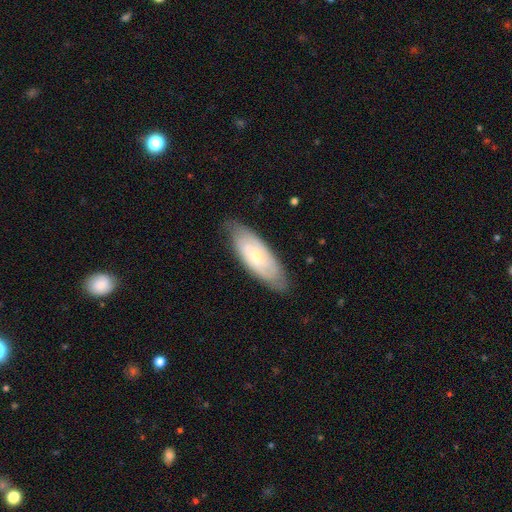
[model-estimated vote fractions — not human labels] A featured or disk galaxy (63%) with no bar (62%), spiral arms (81%) and a small central bulge (53%).

Vote fractions:
- Smooth or featured? featured or disk: 63% / smooth: 30% / star or artifact: 6%
- Edge-on disk? no: 84% / yes: 16%
- Bar? no: 62% / weak: 31% / strong: 7%
- Spiral arms? yes: 81% / no: 19%
- Bulge size? small: 53% / moderate: 42% / large: 2% / none: 1% / dominant: 1%
- Merging? none: 78% / minor disturbance: 18% / major disturbance: 3% / merger: 1%